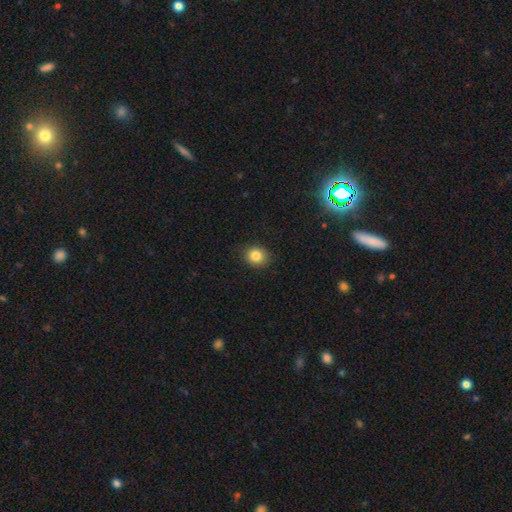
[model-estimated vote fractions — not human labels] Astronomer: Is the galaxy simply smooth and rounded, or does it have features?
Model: smooth — 84%.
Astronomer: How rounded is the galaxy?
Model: round — 77%.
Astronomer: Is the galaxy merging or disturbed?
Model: none — 88%.